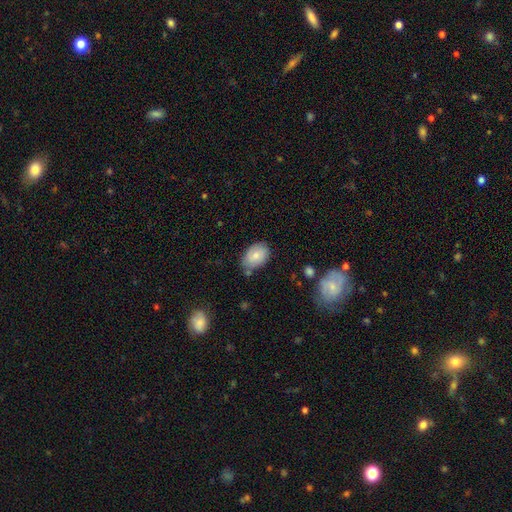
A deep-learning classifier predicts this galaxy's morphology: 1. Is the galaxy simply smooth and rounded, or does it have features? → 77% smooth, 16% featured or disk, 7% star or artifact.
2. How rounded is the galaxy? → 86% in between, 13% round, 1% cigar-shaped.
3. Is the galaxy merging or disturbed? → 67% none, 23% minor disturbance, 6% merger, 5% major disturbance.